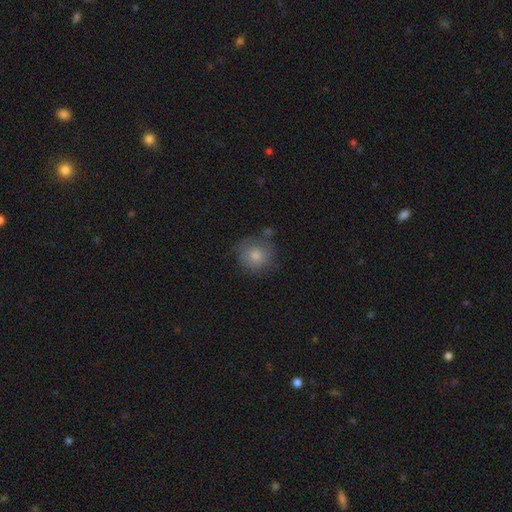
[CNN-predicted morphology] smooth_or_featured: smooth (p=0.80) [alt: featured or disk p=0.12]
how_rounded: round (p=0.89) [alt: in between p=0.10]
merging: none (p=0.69) [alt: minor disturbance p=0.20]